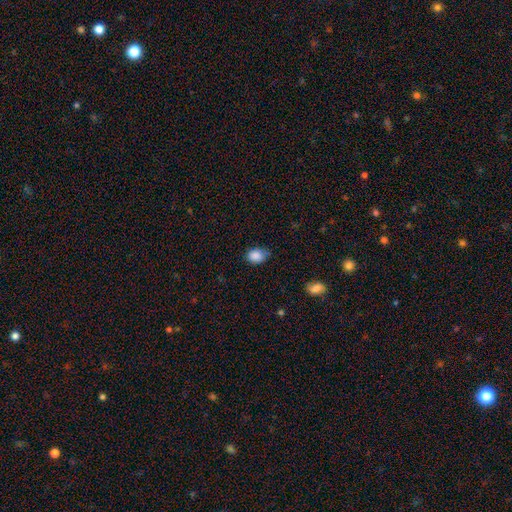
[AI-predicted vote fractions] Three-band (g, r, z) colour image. It shows a smooth galaxy with no disk features (87%) that is in between round and cigar-shaped (67%). Merging: none (61%).